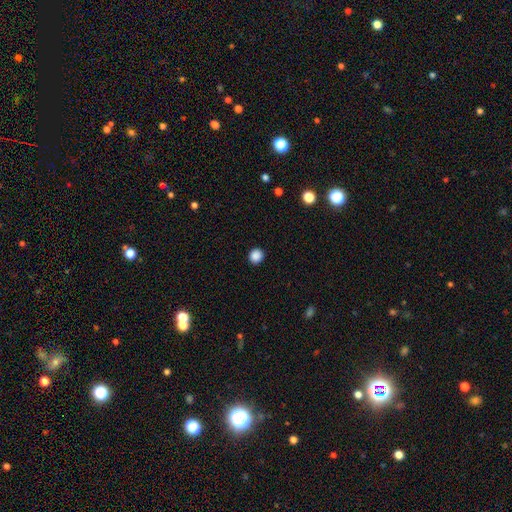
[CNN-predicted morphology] The model was most divided on "smooth or featured": smooth: 88%, star or artifact: 10%, featured or disk: 2%. More confident: merging — none (93%); how rounded — round (90%).